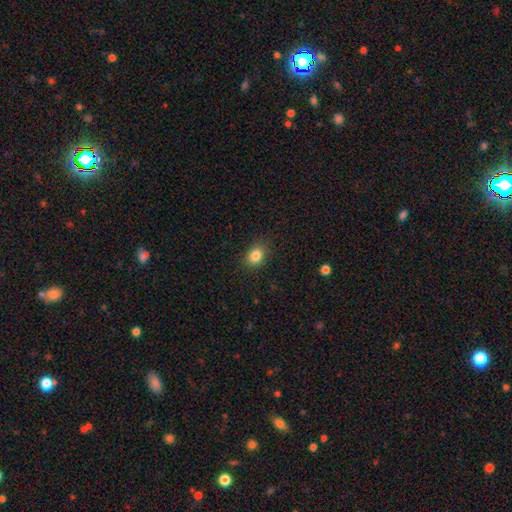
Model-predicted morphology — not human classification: This is clearly a smooth galaxy (84%). How rounded: possibly in between (57%). Merging: clearly none (87%).